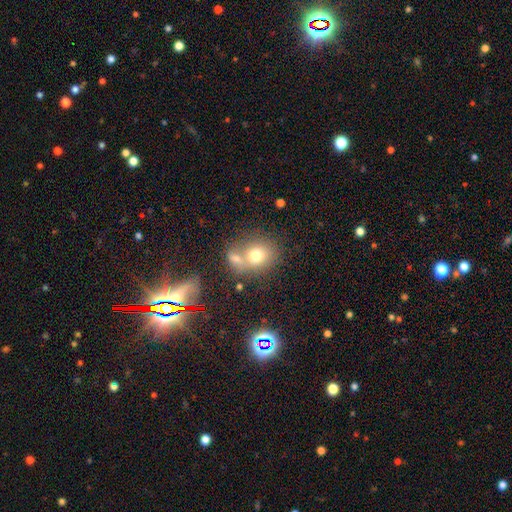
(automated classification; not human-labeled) Smooth or featured? Predicted: smooth (p=0.73). How rounded? Predicted: round (p=0.71). Merging? Predicted: none (p=0.45).